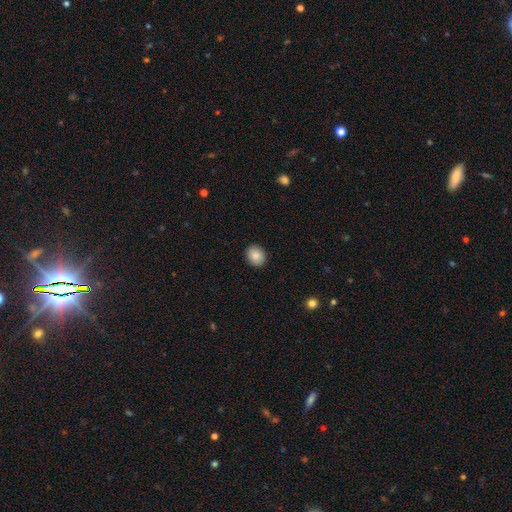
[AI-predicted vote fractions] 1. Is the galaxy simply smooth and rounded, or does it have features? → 87% smooth, 8% star or artifact, 5% featured or disk.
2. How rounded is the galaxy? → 58% round, 41% in between, 1% cigar-shaped.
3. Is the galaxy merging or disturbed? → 91% none, 6% minor disturbance, 2% major disturbance, 1% merger.